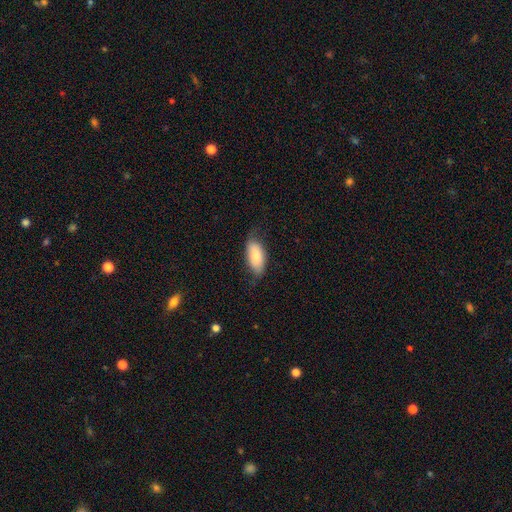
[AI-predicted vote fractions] Smooth or featured? Predicted: smooth (p=0.80). How rounded? Predicted: in between (p=0.90). Merging? Predicted: none (p=0.65).